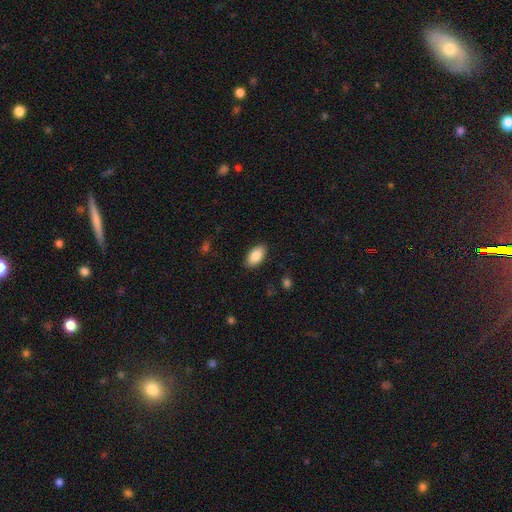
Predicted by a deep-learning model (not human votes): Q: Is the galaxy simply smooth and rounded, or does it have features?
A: smooth — 87%.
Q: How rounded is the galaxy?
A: in between — 94%.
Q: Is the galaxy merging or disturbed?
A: none — 87%.